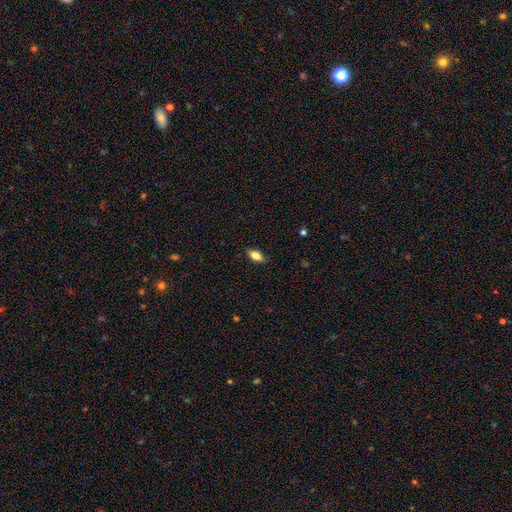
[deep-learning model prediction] The model was most divided on "smooth or featured": smooth: 80%, featured or disk: 12%, star or artifact: 8%. More confident: how rounded — in between (87%); merging — none (85%).